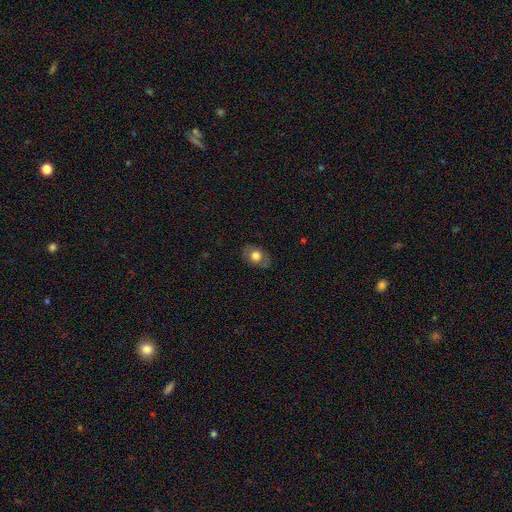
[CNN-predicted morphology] A smooth galaxy with no disk features (67%) that is in between round and cigar-shaped (67%). Merging: none (79%).